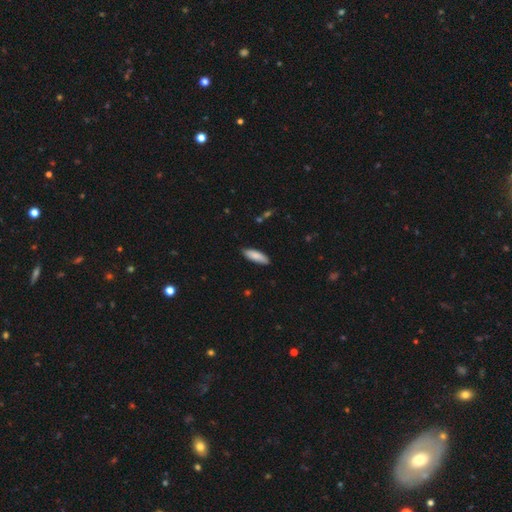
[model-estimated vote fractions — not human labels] Q: Smooth or featured?
A: smooth (85%); runner-up: featured or disk (9%)
Q: How rounded?
A: in between (56%); runner-up: cigar-shaped (43%)
Q: Merging?
A: none (86%); runner-up: minor disturbance (11%)